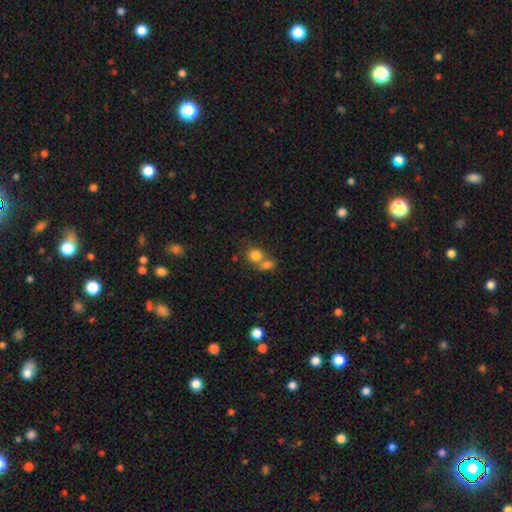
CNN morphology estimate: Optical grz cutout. It shows a smooth galaxy with no disk features (80%) that is round (73%). Merging: merger (51%).